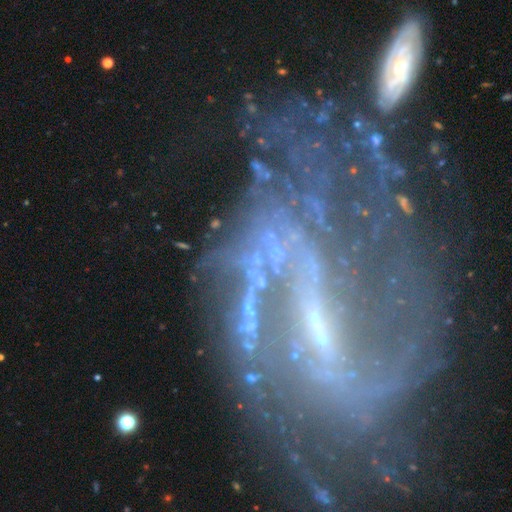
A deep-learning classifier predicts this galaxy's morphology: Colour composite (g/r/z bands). It shows a featured or disk galaxy (83%) with a strong bar (48%), 2 (54%) loose (44%) spiral arms (83%) and a small central bulge (60%). Merging: none (43%).